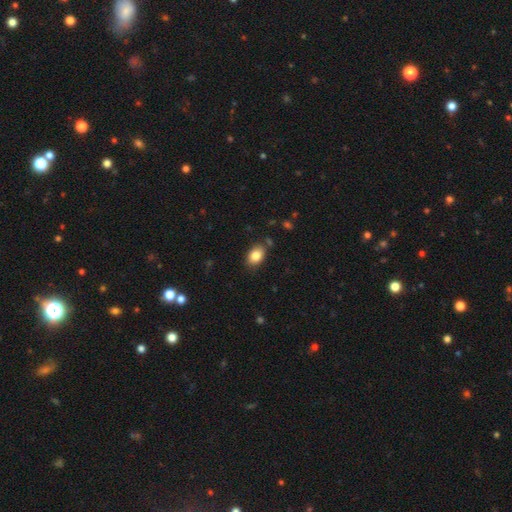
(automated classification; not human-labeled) This appears to be a smooth galaxy with no disk features (85%) that is in between round and cigar-shaped (80%). Merging: none (82%).